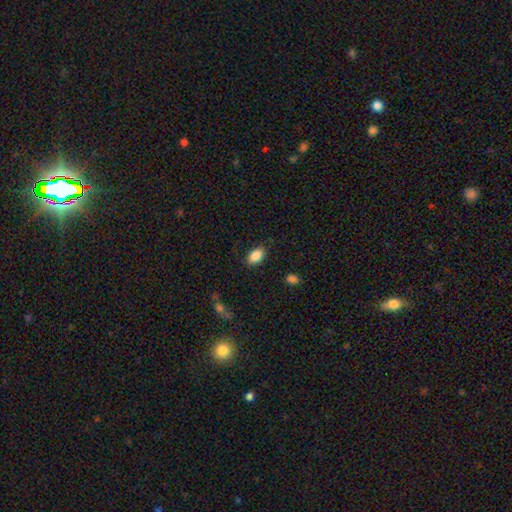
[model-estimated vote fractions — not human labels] Morphology: type=smooth (87%); roundness=in between (92%); merging=none (86%).